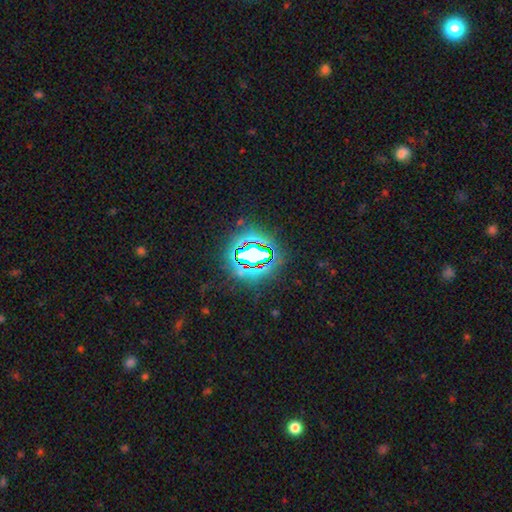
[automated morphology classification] type=star or artifact (74%).